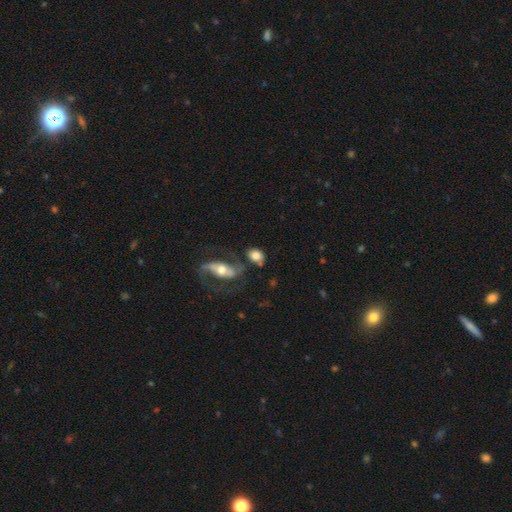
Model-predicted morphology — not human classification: Q: Smooth or featured?
A: smooth (62%); runner-up: featured or disk (30%)
Q: How rounded?
A: in between (65%); runner-up: round (32%)
Q: Merging?
A: none (52%); runner-up: merger (20%)